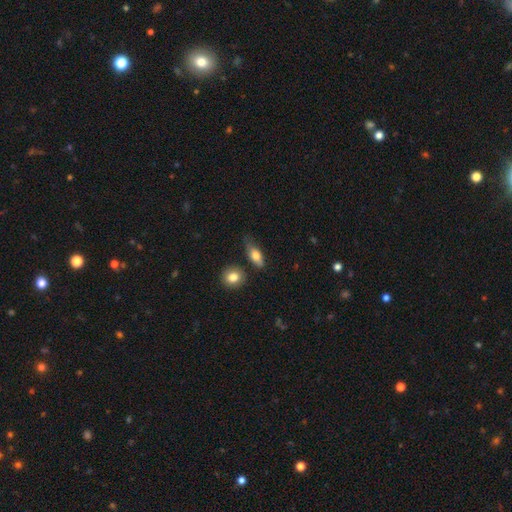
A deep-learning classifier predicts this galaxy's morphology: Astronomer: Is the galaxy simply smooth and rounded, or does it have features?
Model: smooth — 76%.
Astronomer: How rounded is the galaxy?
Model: in between — 75%.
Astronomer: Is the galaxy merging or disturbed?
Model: none — 54% (runner-up: minor disturbance, 30%).